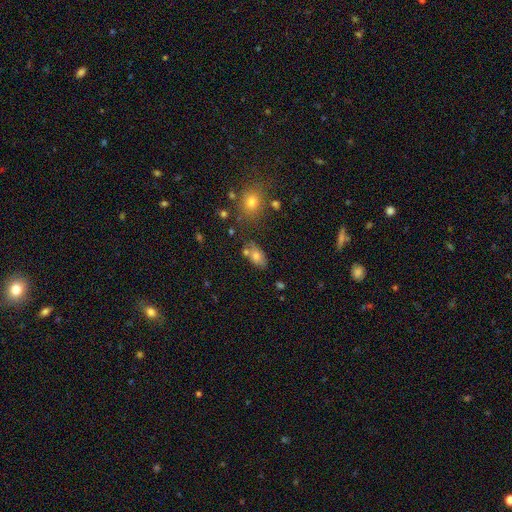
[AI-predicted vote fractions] Smooth or featured? Predicted: smooth (p=0.66). How rounded? Predicted: in between (p=0.86). Merging? Predicted: none (p=0.62).